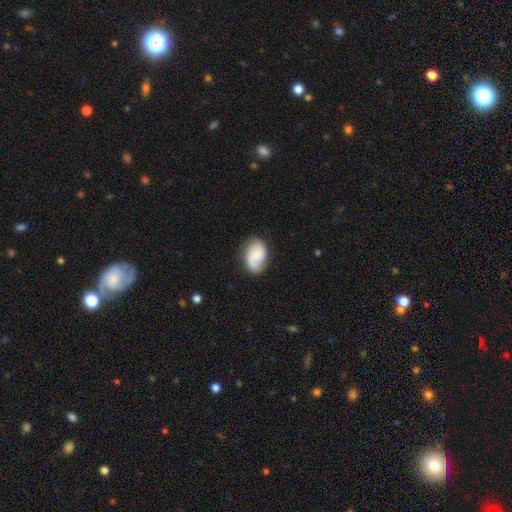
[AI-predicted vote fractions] Overall: featured or disk (47%; smooth 46%). Merging: none (75%).